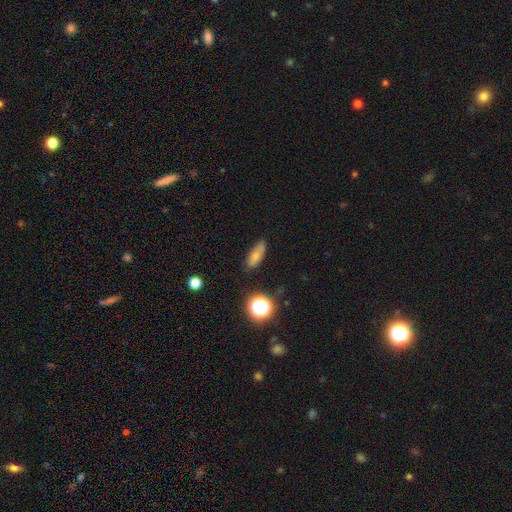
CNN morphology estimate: This appears to be a smooth galaxy with no disk features (75%) that is in between round and cigar-shaped (67%). Merging: none (78%).